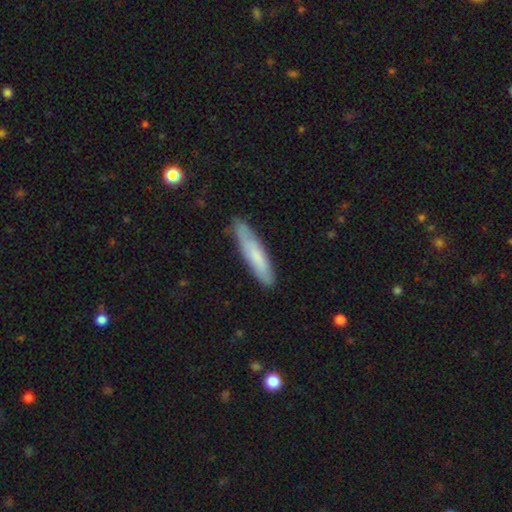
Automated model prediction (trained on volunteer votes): Morphology: type=smooth (70%); roundness=cigar-shaped (85%); merging=none (81%).